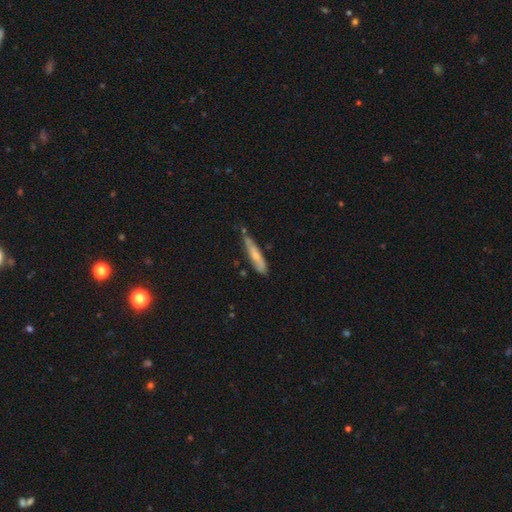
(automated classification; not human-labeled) This appears to be a smooth galaxy with no disk features (57%) that is cigar-shaped (86%). Merging: none (66%).